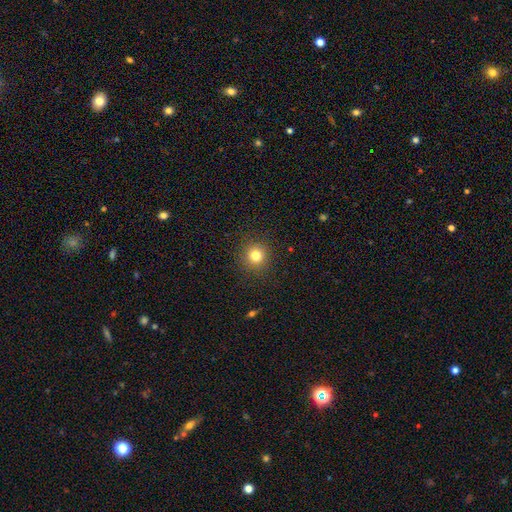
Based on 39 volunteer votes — Q: Smooth or featured?
A: smooth (87%); runner-up: featured or disk (8%)
Q: How rounded?
A: round (85%); runner-up: in between (15%)
Q: Merging?
A: none (84%); runner-up: minor disturbance (14%)